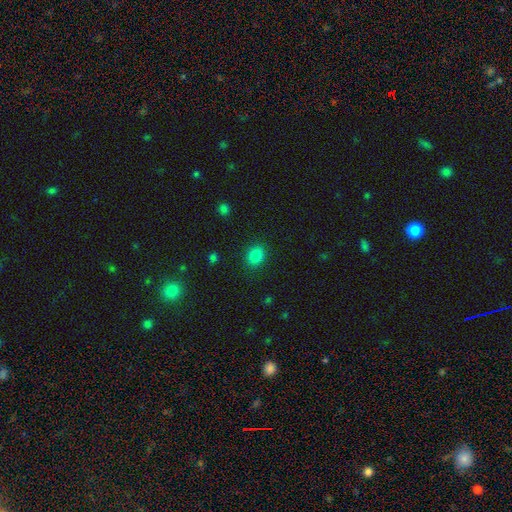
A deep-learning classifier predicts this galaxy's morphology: A smooth galaxy with no disk features (84%) that is round (54%).

Vote fractions:
- Smooth or featured? smooth: 84% / star or artifact: 11% / featured or disk: 5%
- How rounded? round: 54% / in between: 45% / cigar-shaped: 1%
- Merging? none: 88% / minor disturbance: 8% / major disturbance: 3% / merger: 1%